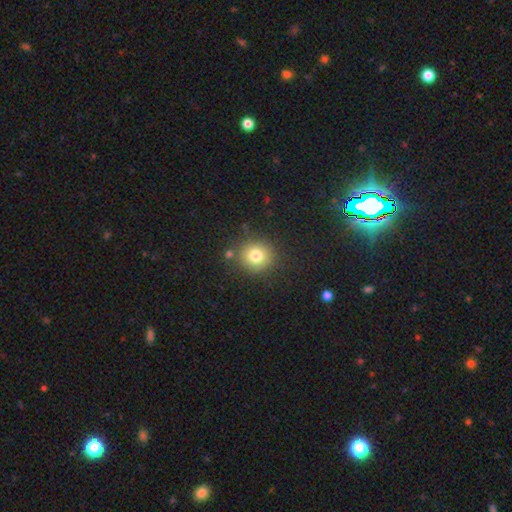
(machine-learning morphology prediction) Smooth or featured: smooth — 79% (star or artifact — 13%)
How rounded: round — 89% (in between — 10%)
Merging: none — 84% (minor disturbance — 8%)